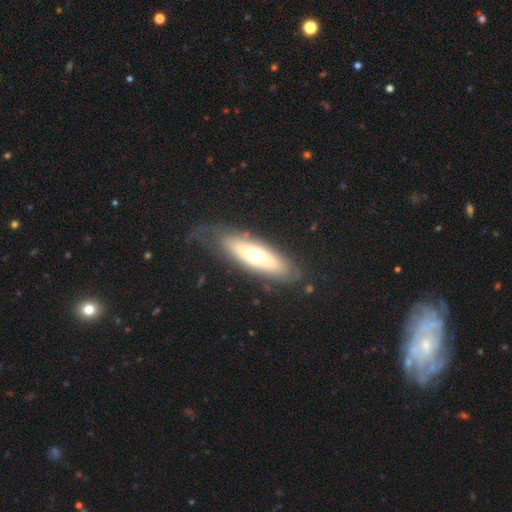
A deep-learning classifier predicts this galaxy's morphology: Smooth or featured? Predicted: featured or disk (p=0.49). Merging? Predicted: none (p=0.67).